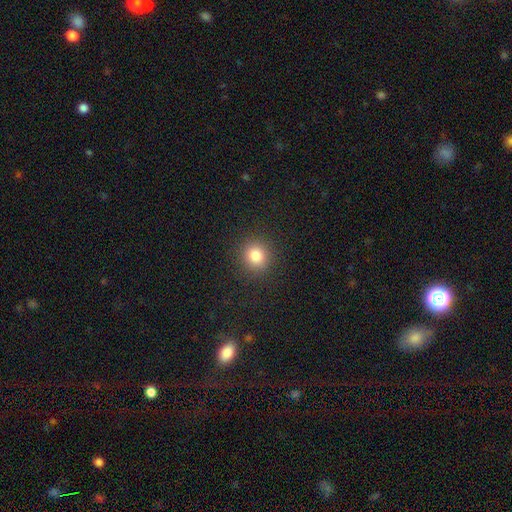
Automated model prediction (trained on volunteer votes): This is clearly a smooth galaxy (83%). How rounded: clearly round (89%). Merging: clearly none (90%).